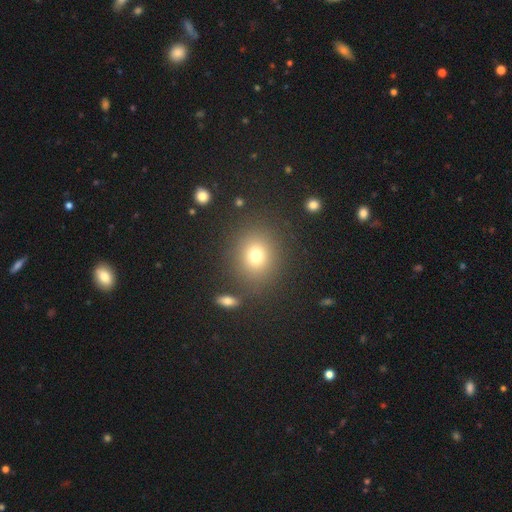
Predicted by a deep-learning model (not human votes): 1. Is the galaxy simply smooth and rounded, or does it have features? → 75% smooth, 16% star or artifact, 10% featured or disk.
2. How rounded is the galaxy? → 73% round, 26% in between, 1% cigar-shaped.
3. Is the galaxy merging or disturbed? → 83% none, 9% minor disturbance, 4% major disturbance, 4% merger.